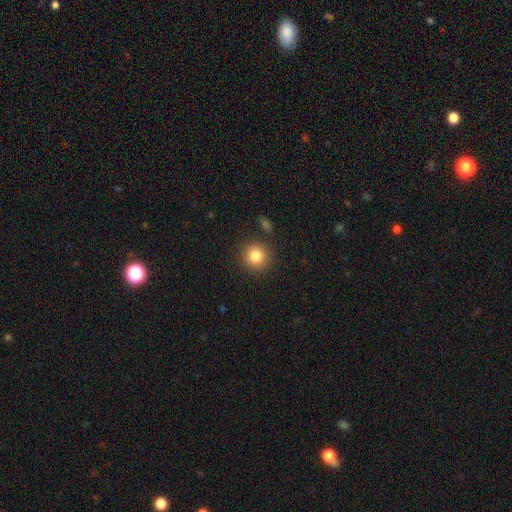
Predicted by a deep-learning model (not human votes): smooth-or-featured: smooth: 83% | star or artifact: 10% | featured or disk: 6%
  how-rounded: round: 92% | in between: 7% | cigar-shaped: 1%
  merging: none: 87% | minor disturbance: 7% | merger: 3% | major disturbance: 3%